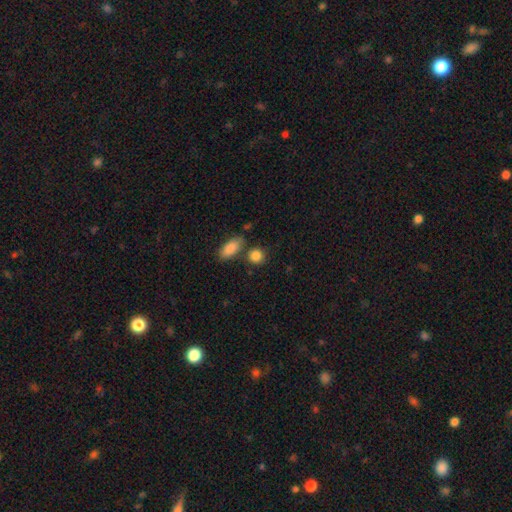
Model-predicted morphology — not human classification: Smooth or featured? Predicted: smooth (p=0.86). How rounded? Predicted: round (p=0.72). Merging? Predicted: none (p=0.71).